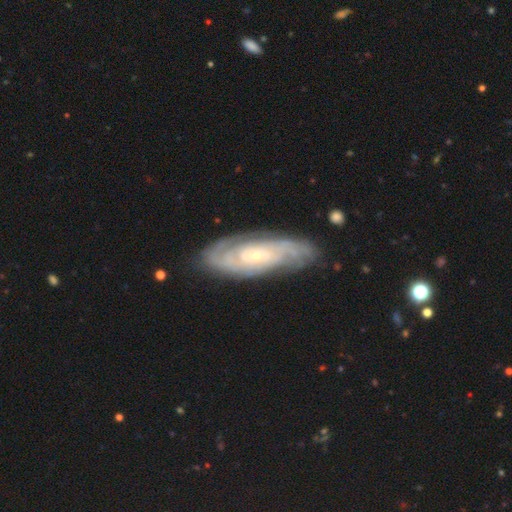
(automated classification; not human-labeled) This is clearly a featured or disk galaxy (82%). It is clearly not viewed edge-on (89%). Bar: likely no (67%). Spiral arm pattern: clearly yes (94%). Spiral arm count: marginally can't tell (43%). Spiral winding: likely tight (72%). Central bulge: likely small (73%). Merging: likely none (79%).